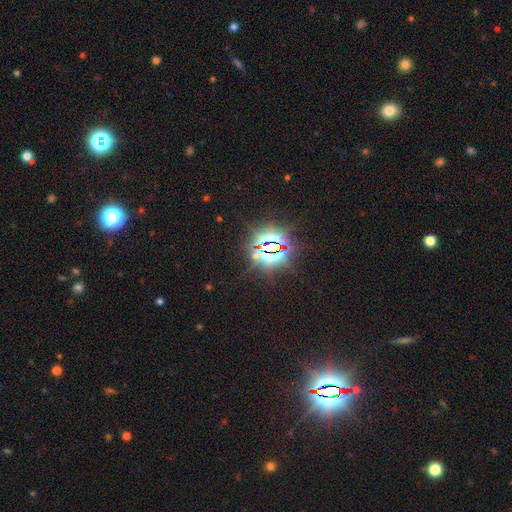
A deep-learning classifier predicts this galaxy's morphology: smooth-or-featured: star or artifact: 84% | smooth: 9% | featured or disk: 6%